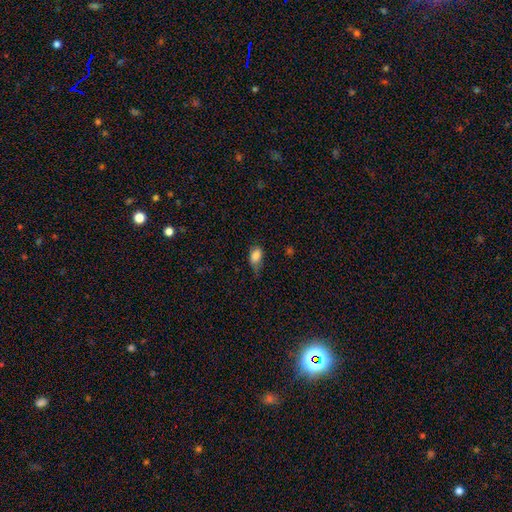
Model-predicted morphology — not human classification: This appears to be a smooth galaxy with no disk features (83%) that is in between round and cigar-shaped (88%). Merging: minor disturbance (41%).